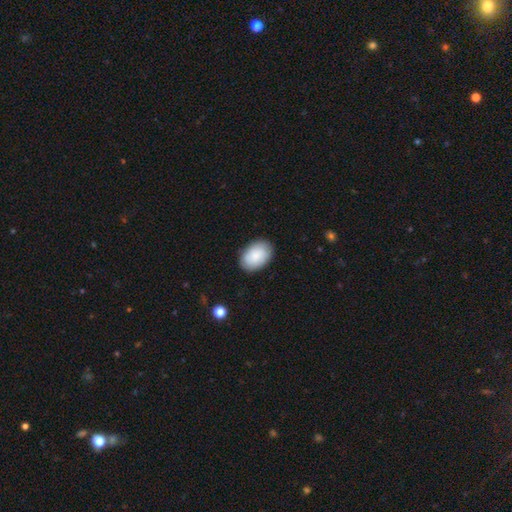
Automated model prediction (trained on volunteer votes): smooth_or_featured: smooth (p=0.83) [alt: featured or disk p=0.11]
how_rounded: in between (p=0.88) [alt: round p=0.11]
merging: none (p=0.86) [alt: minor disturbance p=0.11]